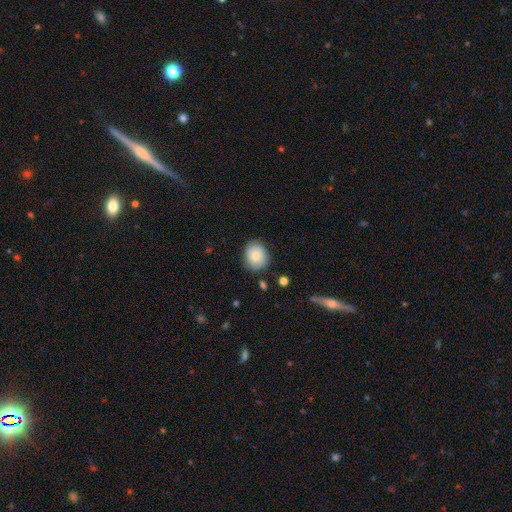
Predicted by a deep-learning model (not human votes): Morphology: type=smooth (84%); roundness=round (67%); merging=none (79%).